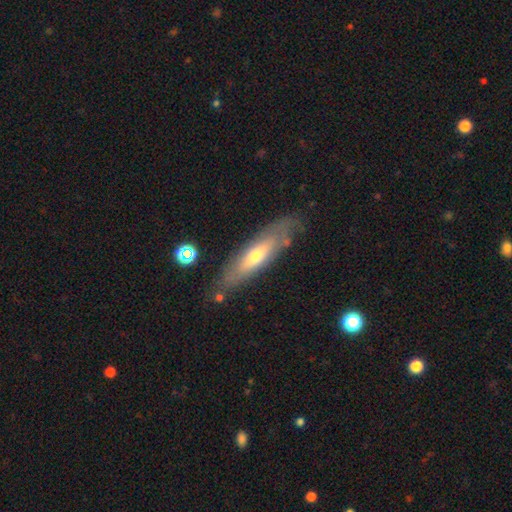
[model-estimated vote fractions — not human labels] This appears to be a featured or disk galaxy (47%). Merging: none (75%).